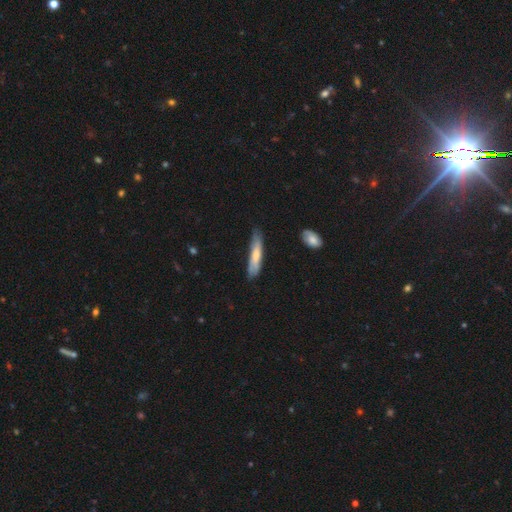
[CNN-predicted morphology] Overall: smooth (61%; featured or disk 33%). How rounded: cigar-shaped (82%). Merging: none (68%).